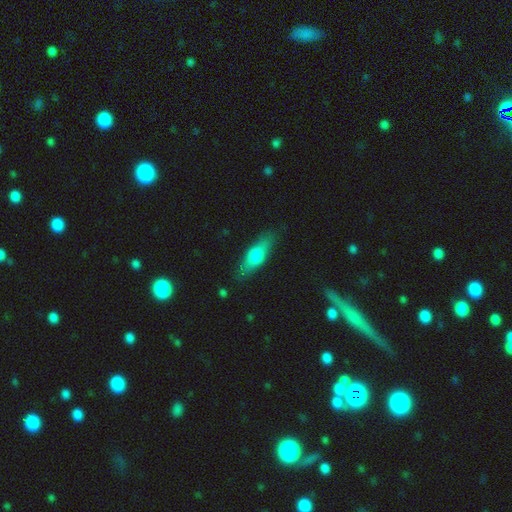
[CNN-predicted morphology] smooth 60%, featured or disk 34%, star or artifact 6%. Down the decision tree: how rounded — in between (50%); merging — none (83%).